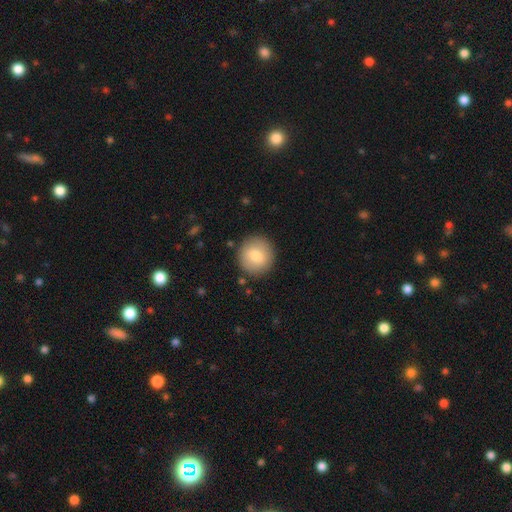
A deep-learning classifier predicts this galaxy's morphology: Smooth or featured: smooth — 78% (featured or disk — 14%)
How rounded: round — 93% (in between — 6%)
Merging: none — 88% (minor disturbance — 8%)